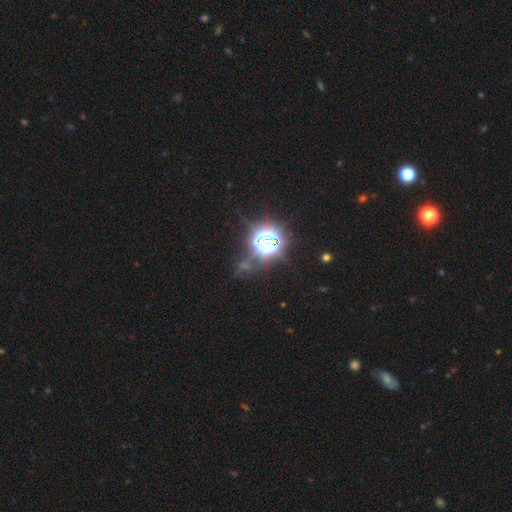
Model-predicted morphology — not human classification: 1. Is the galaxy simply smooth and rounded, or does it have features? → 76% star or artifact, 18% smooth, 6% featured or disk.